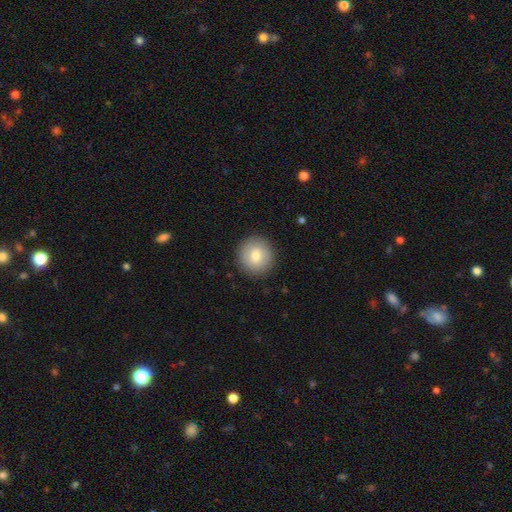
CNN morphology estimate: Q: Smooth or featured?
A: smooth (78%); runner-up: featured or disk (15%)
Q: How rounded?
A: round (90%); runner-up: in between (9%)
Q: Merging?
A: none (90%); runner-up: minor disturbance (7%)